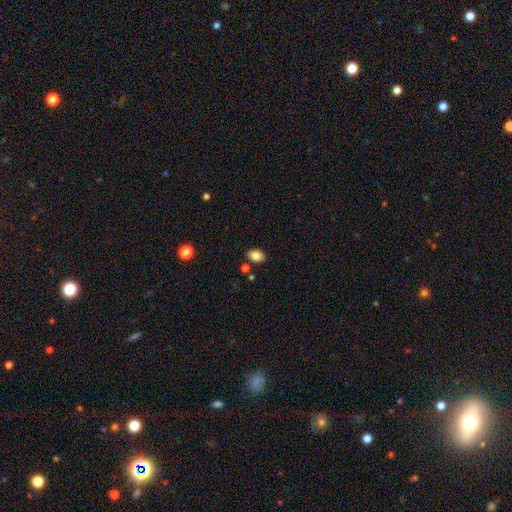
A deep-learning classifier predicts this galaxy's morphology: smooth_or_featured: smooth (p=0.85) [alt: star or artifact p=0.09]
how_rounded: in between (p=0.80) [alt: round p=0.19]
merging: none (p=0.83) [alt: minor disturbance p=0.10]